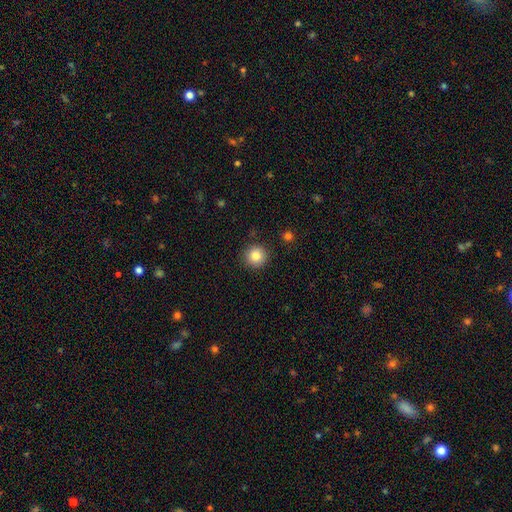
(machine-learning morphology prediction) Q: Smooth or featured?
A: smooth (84%); runner-up: star or artifact (10%)
Q: How rounded?
A: round (95%); runner-up: in between (5%)
Q: Merging?
A: none (90%); runner-up: minor disturbance (6%)